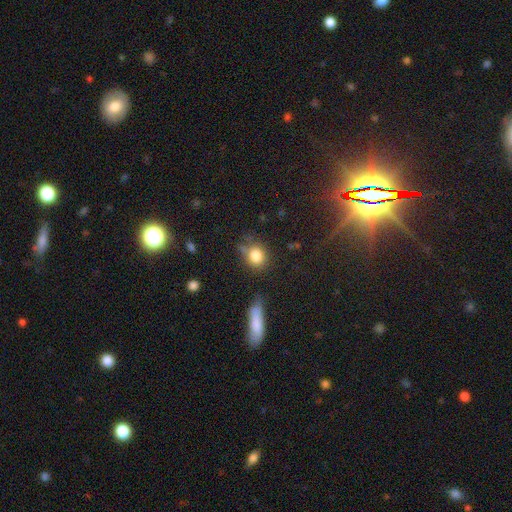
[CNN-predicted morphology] type=smooth (83%); roundness=round (76%); merging=none (65%).